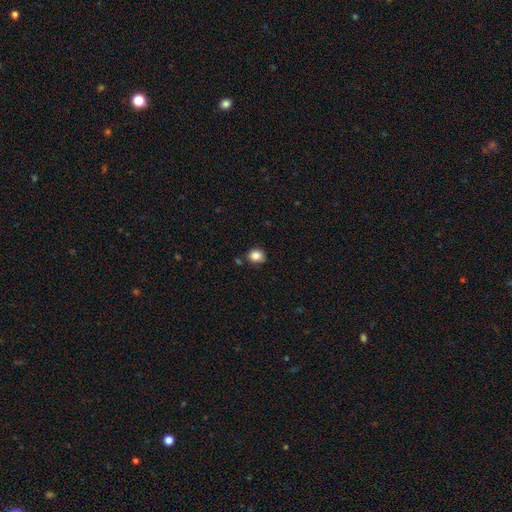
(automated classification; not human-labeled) A smooth galaxy with no disk features (86%) that is round (74%).

Vote fractions:
- Smooth or featured? smooth: 86% / star or artifact: 10% / featured or disk: 4%
- How rounded? round: 74% / in between: 25% / cigar-shaped: 1%
- Merging? none: 82% / minor disturbance: 12% / merger: 4% / major disturbance: 3%